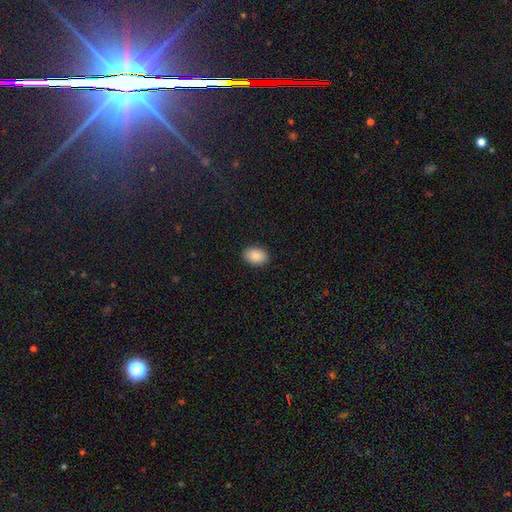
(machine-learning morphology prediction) Smooth or featured? Predicted: smooth (p=0.90). How rounded? Predicted: in between (p=0.86). Merging? Predicted: none (p=0.90).